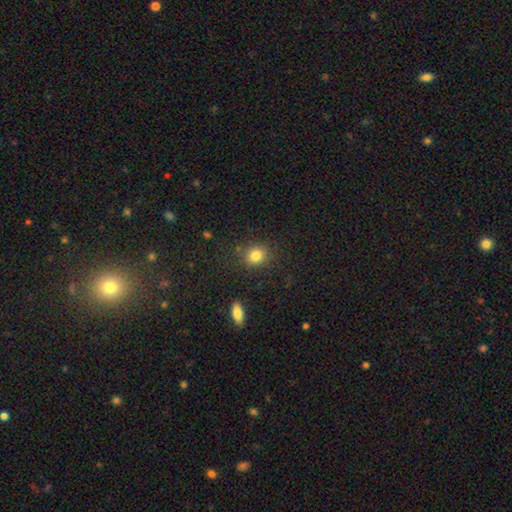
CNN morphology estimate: Smooth or featured? Predicted: smooth (p=0.83). How rounded? Predicted: round (p=0.72). Merging? Predicted: none (p=0.83).